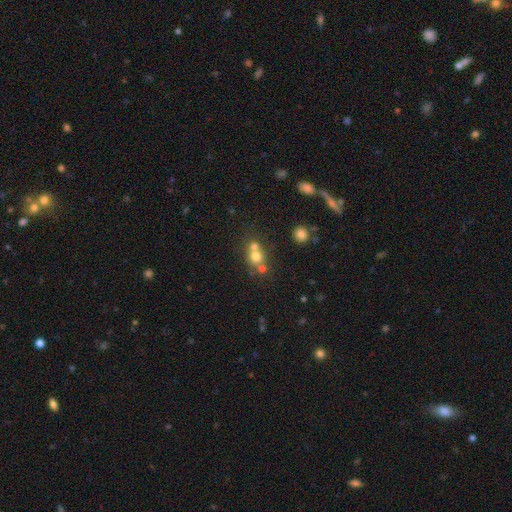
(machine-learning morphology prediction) Smooth or featured: smooth — 69% (star or artifact — 16%)
How rounded: round — 83% (in between — 16%)
Merging: merger — 50% (none — 41%)